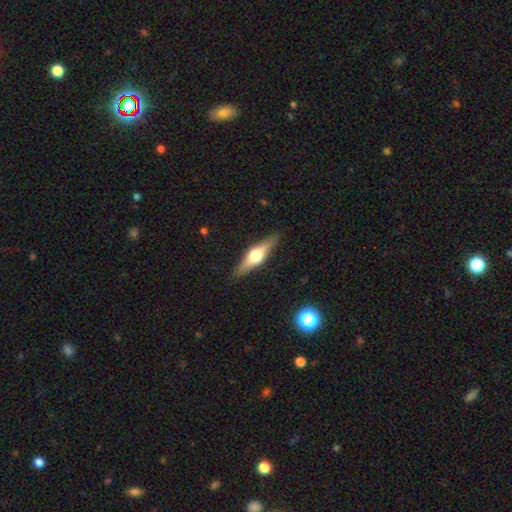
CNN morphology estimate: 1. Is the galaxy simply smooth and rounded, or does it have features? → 63% featured or disk, 31% smooth, 6% star or artifact.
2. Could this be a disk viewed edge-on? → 95% yes, 5% no.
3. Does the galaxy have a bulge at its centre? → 93% rounded, 6% boxy, 2% none.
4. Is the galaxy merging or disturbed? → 88% none, 9% minor disturbance, 2% major disturbance, 1% merger.